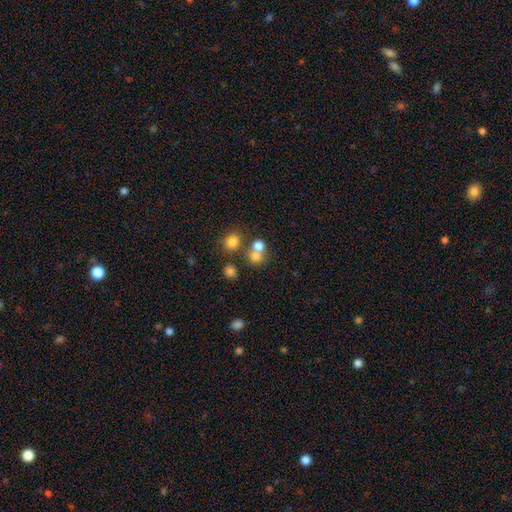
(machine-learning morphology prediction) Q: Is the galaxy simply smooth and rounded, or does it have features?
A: smooth — 73%.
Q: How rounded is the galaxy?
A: round — 82%.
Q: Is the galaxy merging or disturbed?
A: none — 51%.